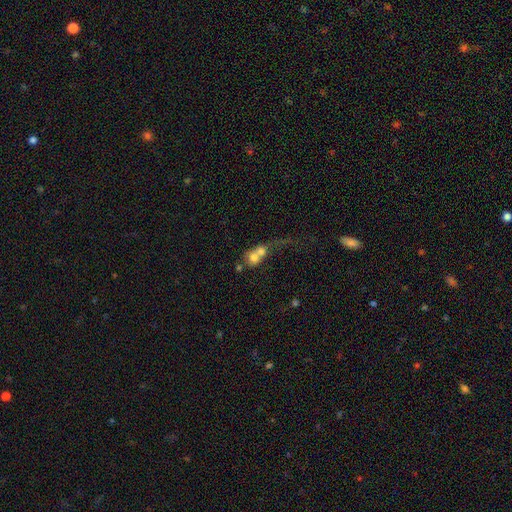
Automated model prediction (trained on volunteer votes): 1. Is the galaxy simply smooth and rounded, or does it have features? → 63% smooth, 26% featured or disk, 11% star or artifact.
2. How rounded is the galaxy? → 68% round, 29% in between, 3% cigar-shaped.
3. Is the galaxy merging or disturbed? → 72% merger, 13% none, 10% major disturbance, 5% minor disturbance.